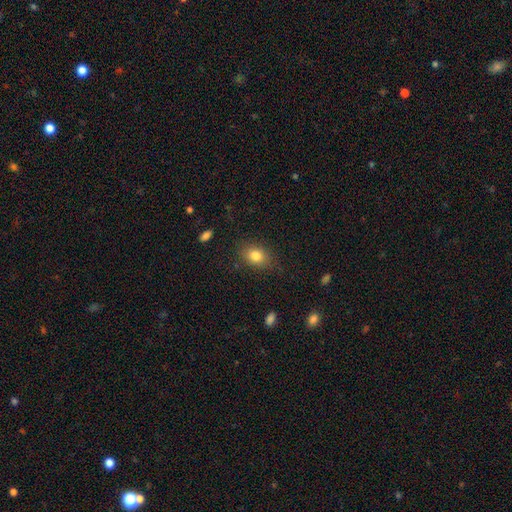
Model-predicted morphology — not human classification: This appears to be a smooth galaxy with no disk features (81%) that is in between round and cigar-shaped (69%). Merging: none (82%).